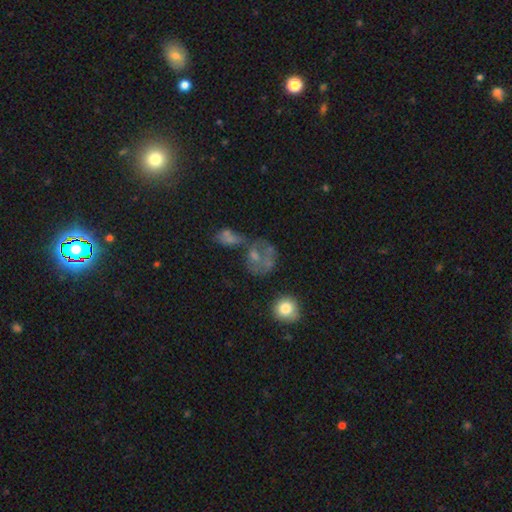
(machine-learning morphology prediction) Smooth or featured? Predicted: smooth (p=0.42). Merging? Predicted: merger (p=0.36).